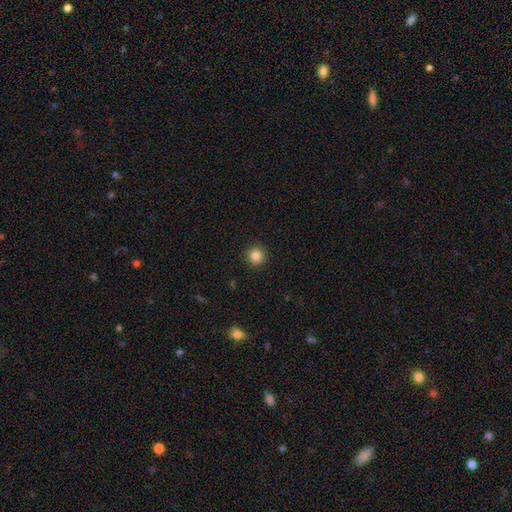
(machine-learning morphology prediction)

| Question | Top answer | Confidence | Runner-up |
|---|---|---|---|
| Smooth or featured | smooth | 84% | star or artifact (11%) |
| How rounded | round | 95% | in between (4%) |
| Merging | none | 92% | minor disturbance (5%) |